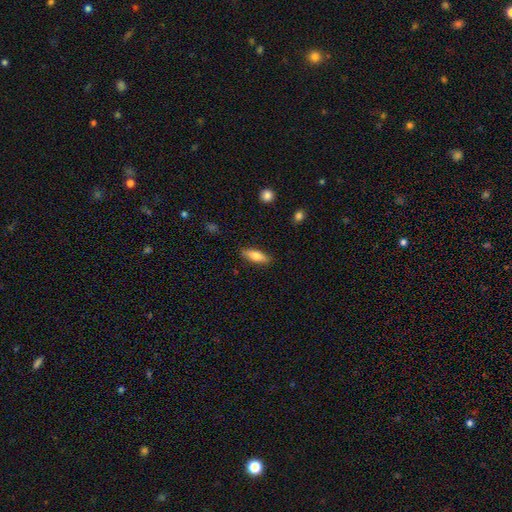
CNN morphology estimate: A smooth galaxy with no disk features (77%) that is in between round and cigar-shaped (58%).

Vote fractions:
- Smooth or featured? smooth: 77% / featured or disk: 17% / star or artifact: 6%
- How rounded? in between: 58% / cigar-shaped: 40% / round: 2%
- Merging? none: 86% / minor disturbance: 10% / major disturbance: 2% / merger: 1%